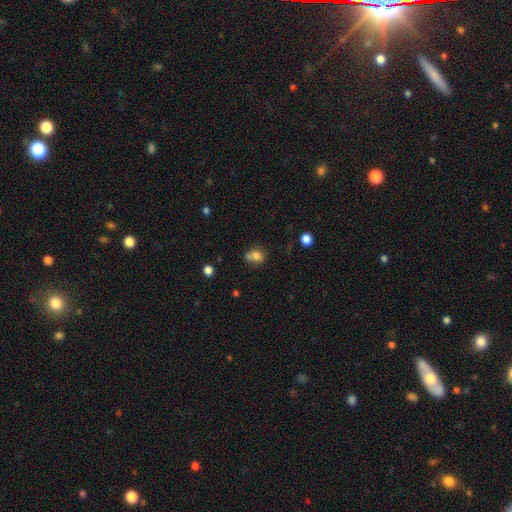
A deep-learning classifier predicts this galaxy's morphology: Smooth or featured? smooth (77%)
How rounded? round (64%)
Merging? none (43%)